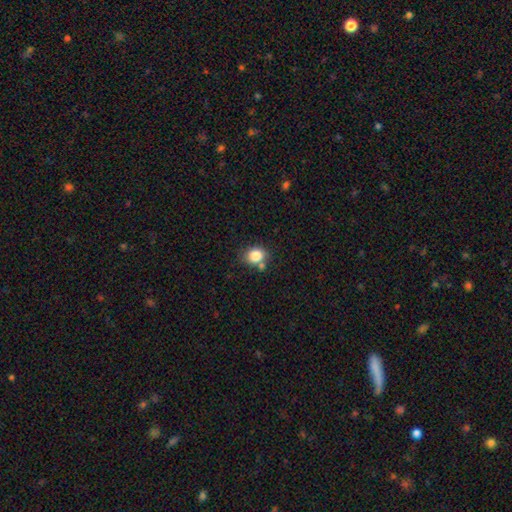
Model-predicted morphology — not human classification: smooth-or-featured: smooth: 83% | star or artifact: 10% | featured or disk: 6%
  how-rounded: round: 67% | in between: 32% | cigar-shaped: 1%
  merging: none: 67% | merger: 15% | minor disturbance: 14% | major disturbance: 4%